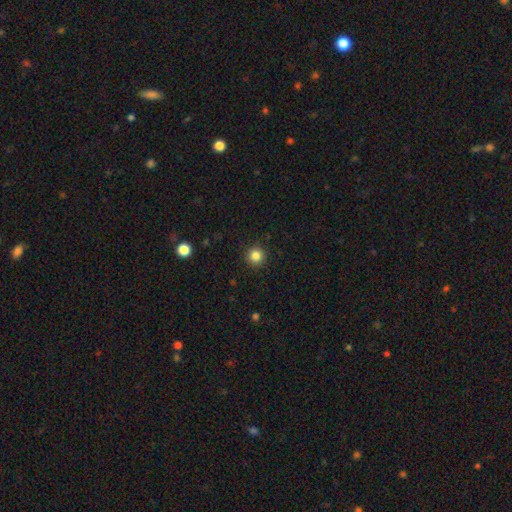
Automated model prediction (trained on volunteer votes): Morphology: type=smooth (84%); roundness=round (96%); merging=none (92%).